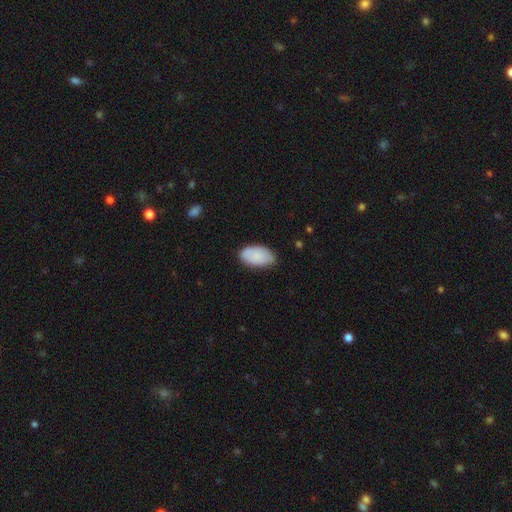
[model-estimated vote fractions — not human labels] A smooth galaxy with no disk features (83%) that is in between round and cigar-shaped (94%).

Vote fractions:
- Smooth or featured? smooth: 83% / featured or disk: 10% / star or artifact: 6%
- How rounded? in between: 94% / round: 4% / cigar-shaped: 1%
- Merging? none: 71% / minor disturbance: 23% / major disturbance: 4% / merger: 2%